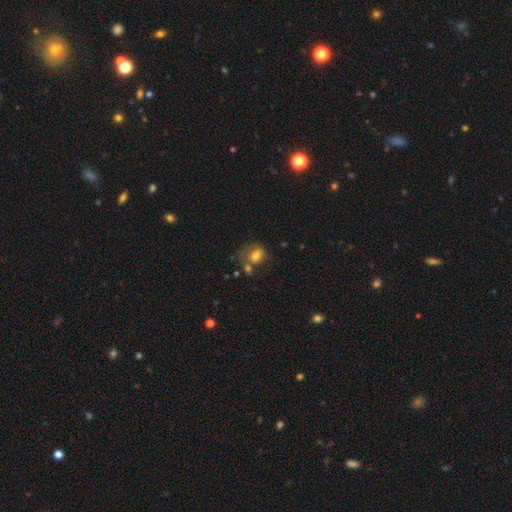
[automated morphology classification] Q: Smooth or featured?
A: smooth (73%); runner-up: featured or disk (16%)
Q: How rounded?
A: in between (58%); runner-up: round (40%)
Q: Merging?
A: none (35%); runner-up: merger (25%)